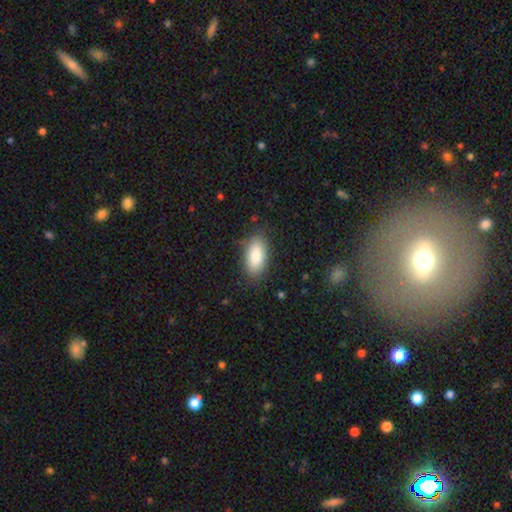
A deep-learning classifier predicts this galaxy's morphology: This is clearly a smooth galaxy (85%). How rounded: clearly in between (90%). Merging: clearly none (84%).